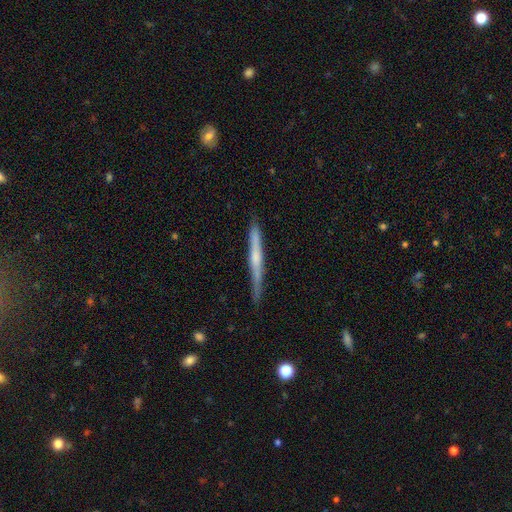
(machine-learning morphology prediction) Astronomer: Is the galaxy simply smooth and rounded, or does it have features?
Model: featured or disk — 59% (runner-up: smooth, 35%).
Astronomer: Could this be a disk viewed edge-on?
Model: yes — 97%.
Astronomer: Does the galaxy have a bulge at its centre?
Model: rounded — 46% (runner-up: none, 45%).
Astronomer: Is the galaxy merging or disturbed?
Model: none — 83%.